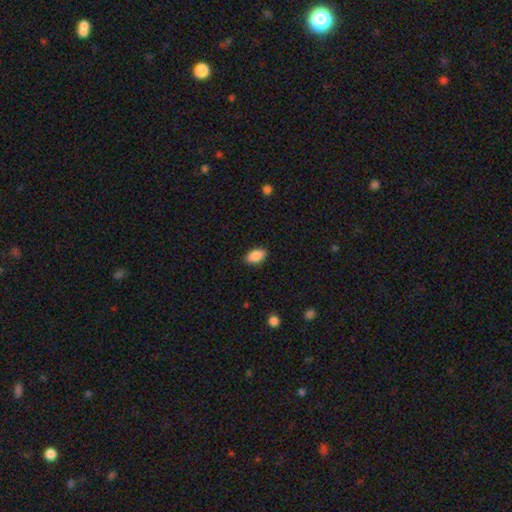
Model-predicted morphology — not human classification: type=smooth (88%); roundness=in between (92%); merging=none (87%).